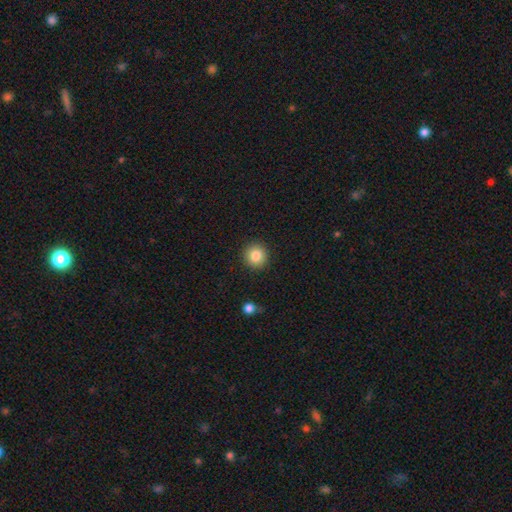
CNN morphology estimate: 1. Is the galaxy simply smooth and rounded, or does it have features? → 85% smooth, 9% star or artifact, 6% featured or disk.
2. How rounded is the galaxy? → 94% round, 5% in between, 1% cigar-shaped.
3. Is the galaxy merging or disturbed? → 91% none, 5% minor disturbance, 2% major disturbance, 1% merger.